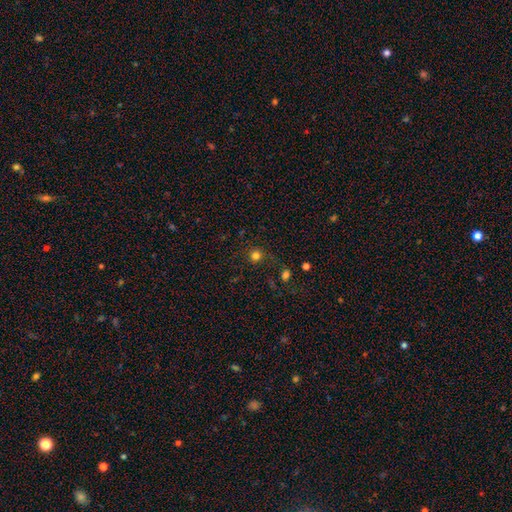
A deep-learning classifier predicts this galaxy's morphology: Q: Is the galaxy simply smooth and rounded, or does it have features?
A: smooth — 77%.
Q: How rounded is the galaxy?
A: round — 93%.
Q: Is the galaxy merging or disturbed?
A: none — 83%.